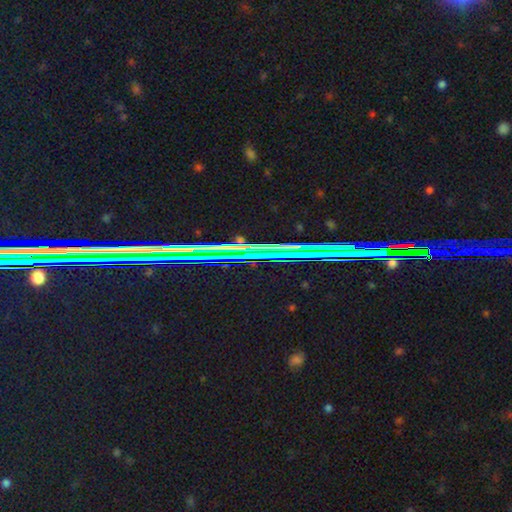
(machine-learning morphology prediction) This appears to be a star or artifact, not a galaxy (73%).